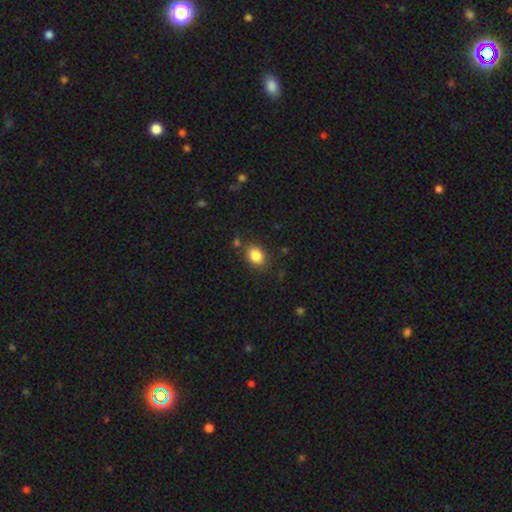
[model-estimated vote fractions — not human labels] Smooth or featured? smooth (85%)
How rounded? in between (66%)
Merging? none (80%)